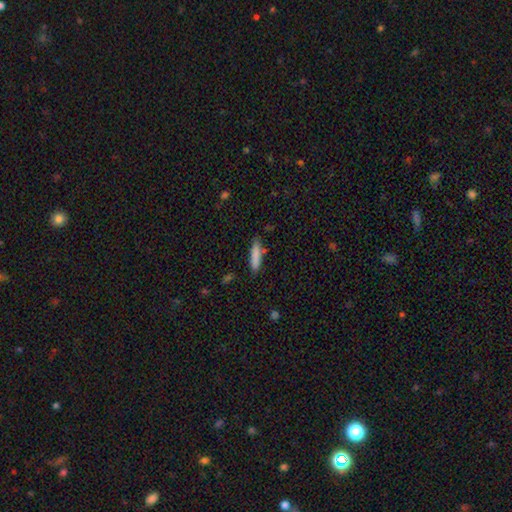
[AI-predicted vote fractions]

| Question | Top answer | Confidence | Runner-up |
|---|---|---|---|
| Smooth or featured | smooth | 83% | featured or disk (10%) |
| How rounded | cigar-shaped | 79% | in between (20%) |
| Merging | none | 80% | minor disturbance (13%) |